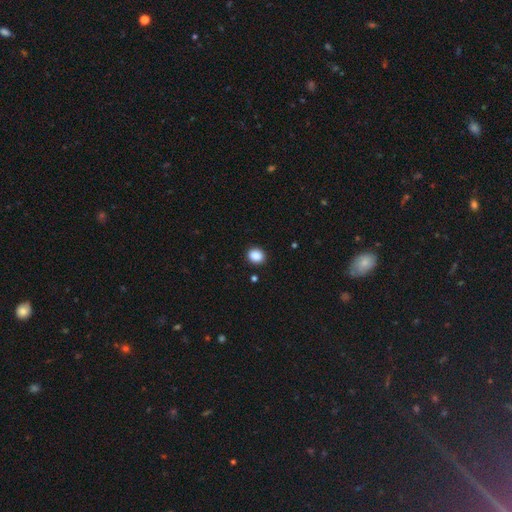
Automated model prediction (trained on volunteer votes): Overall: smooth (89%). How rounded: round (68%; in between 31%). Merging: none (90%).